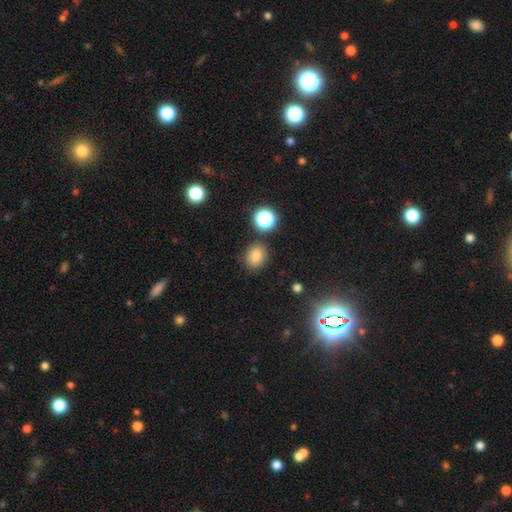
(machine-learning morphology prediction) This is likely a smooth galaxy (79%). How rounded: likely round (73%). Merging: clearly none (83%).